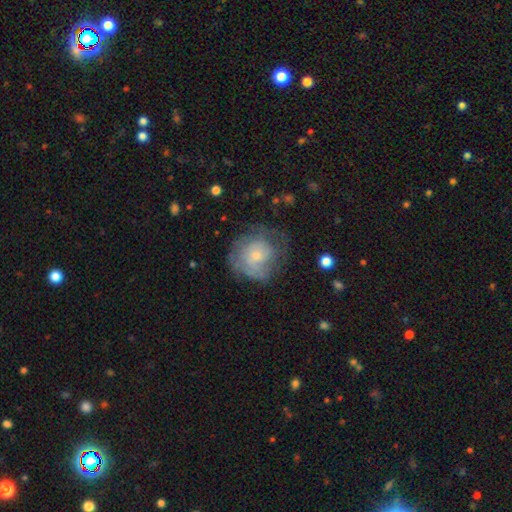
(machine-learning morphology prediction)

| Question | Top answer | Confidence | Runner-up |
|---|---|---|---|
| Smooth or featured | featured or disk | 48% | smooth (44%) |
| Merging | none | 57% | minor disturbance (23%) |